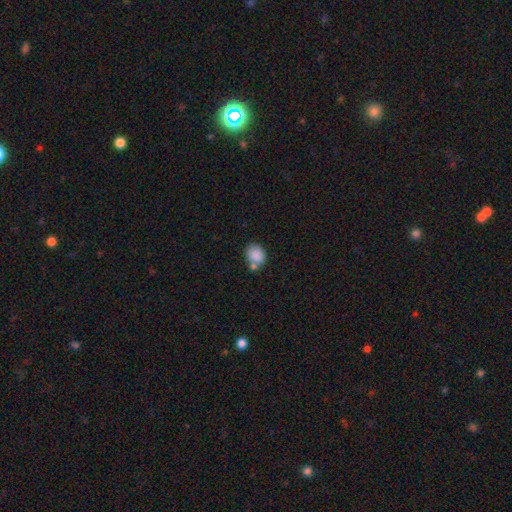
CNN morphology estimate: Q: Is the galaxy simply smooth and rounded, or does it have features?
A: smooth — 86%.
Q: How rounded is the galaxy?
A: round — 57%.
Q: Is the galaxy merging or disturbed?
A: none — 54%.